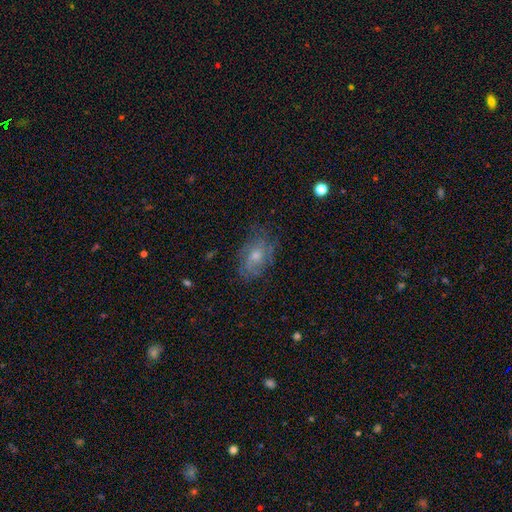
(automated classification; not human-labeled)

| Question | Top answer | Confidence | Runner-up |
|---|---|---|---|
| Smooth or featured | featured or disk | 58% | smooth (30%) |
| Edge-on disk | no | 95% | yes (5%) |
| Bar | no | 72% | weak (25%) |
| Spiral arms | yes | 77% | no (23%) |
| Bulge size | moderate | 53% | small (37%) |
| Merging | none | 69% | minor disturbance (21%) |